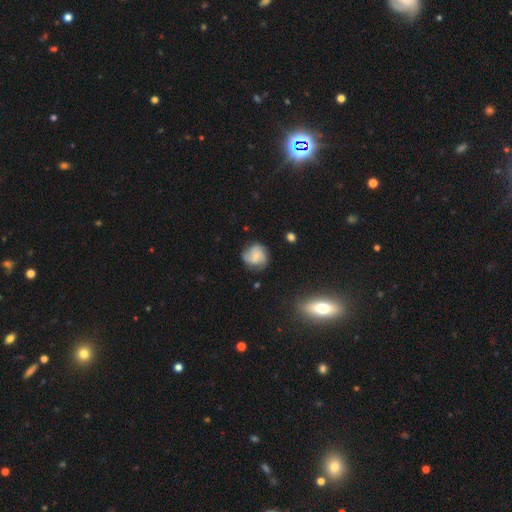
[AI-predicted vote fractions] Smooth or featured?
  - smooth: 53% *
  - featured or disk: 38%
  - star or artifact: 9%
How rounded?
  - round: 83% *
  - in between: 16%
  - cigar-shaped: 1%
Merging?
  - none: 68% *
  - minor disturbance: 22%
  - major disturbance: 8%
  - merger: 2%